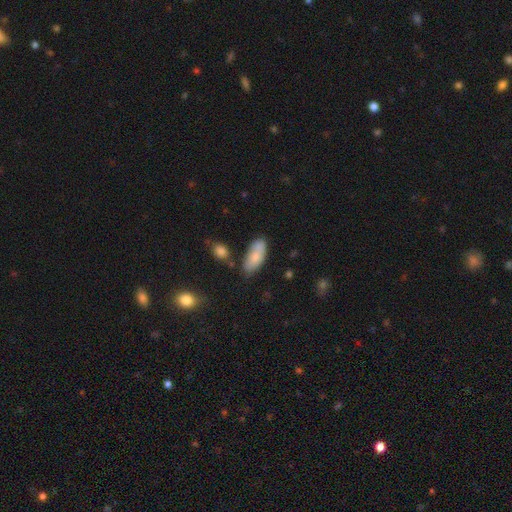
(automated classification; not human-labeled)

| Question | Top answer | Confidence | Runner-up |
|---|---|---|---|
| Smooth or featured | smooth | 79% | featured or disk (14%) |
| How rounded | in between | 86% | cigar-shaped (11%) |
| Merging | none | 66% | minor disturbance (23%) |